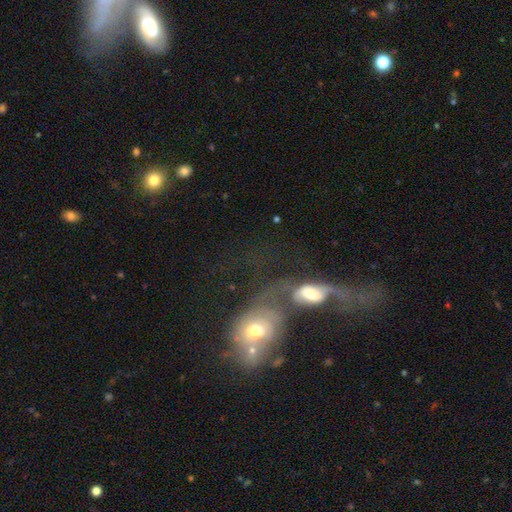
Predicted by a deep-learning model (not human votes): Smooth or featured? Predicted: featured or disk (p=0.49). Merging? Predicted: merger (p=0.67).